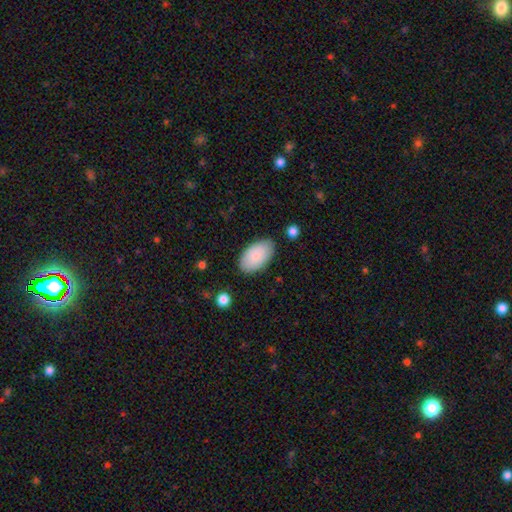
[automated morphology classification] smooth_or_featured: smooth (p=0.85) [alt: featured or disk p=0.09]
how_rounded: in between (p=0.96) [alt: round p=0.03]
merging: none (p=0.82) [alt: minor disturbance p=0.14]